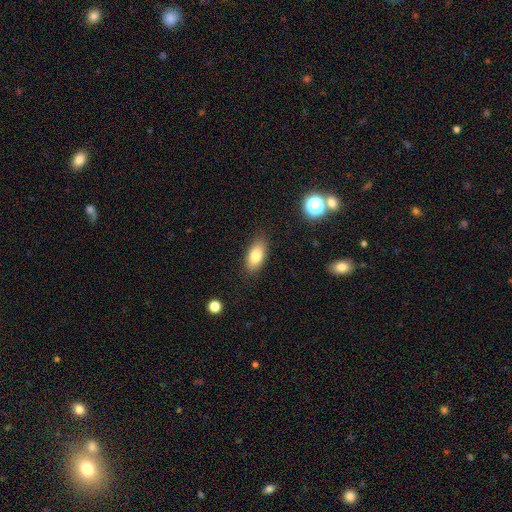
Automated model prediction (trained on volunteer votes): The model was most divided on "smooth or featured": smooth: 81%, featured or disk: 12%, star or artifact: 8%. More confident: how rounded — in between (88%); merging — none (85%).